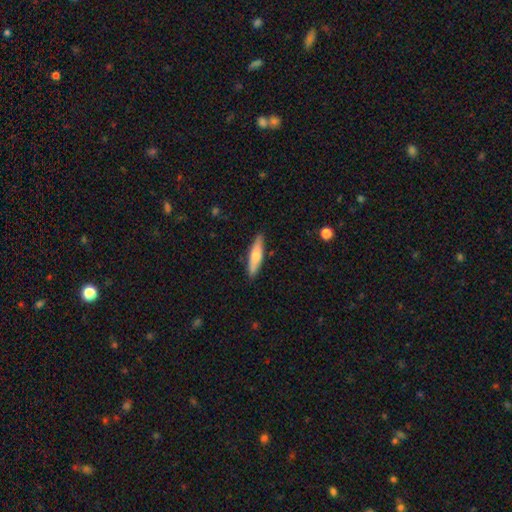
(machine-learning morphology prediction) A smooth galaxy with no disk features (63%) that is cigar-shaped (76%).

Vote fractions:
- Smooth or featured? smooth: 63% / featured or disk: 32% / star or artifact: 6%
- How rounded? cigar-shaped: 76% / in between: 22% / round: 2%
- Merging? none: 88% / minor disturbance: 9% / major disturbance: 2% / merger: 1%